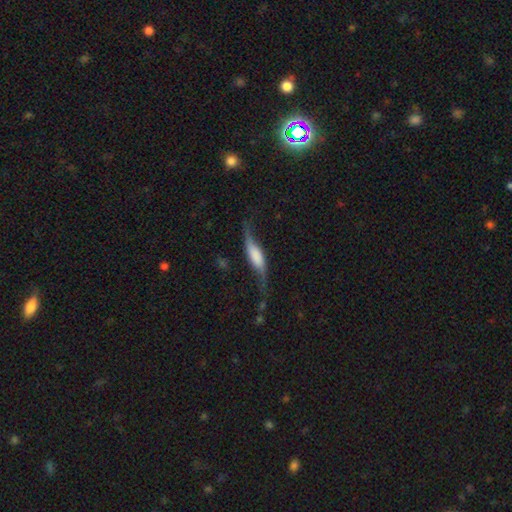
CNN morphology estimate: A featured or disk galaxy (62%).

Vote fractions:
- Smooth or featured? featured or disk: 62% / smooth: 30% / star or artifact: 8%
- Edge-on disk? no: 60% / yes: 40%
- Merging? none: 52% / minor disturbance: 25% / major disturbance: 19% / merger: 4%